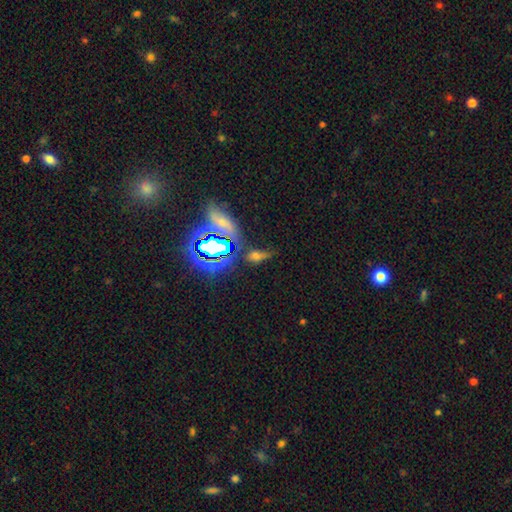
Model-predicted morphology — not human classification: Smooth or featured?
  - smooth: 45% *
  - star or artifact: 39%
  - featured or disk: 16%
Merging?
  - none: 55% *
  - minor disturbance: 23%
  - major disturbance: 13%
  - merger: 9%